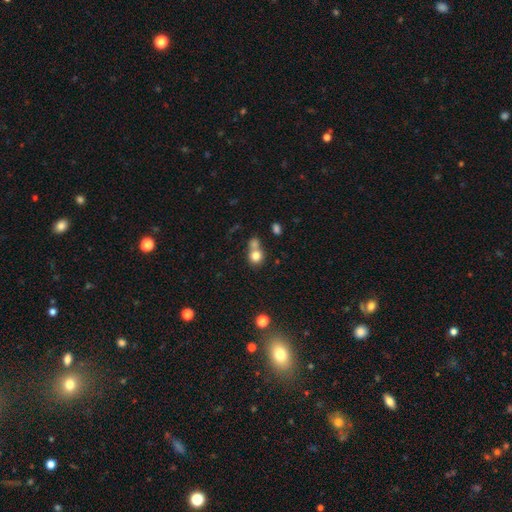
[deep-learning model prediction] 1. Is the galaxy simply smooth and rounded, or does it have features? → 79% smooth, 11% star or artifact, 10% featured or disk.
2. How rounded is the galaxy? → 81% round, 18% in between, 1% cigar-shaped.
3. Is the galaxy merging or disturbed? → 48% merger, 40% none, 8% minor disturbance, 4% major disturbance.